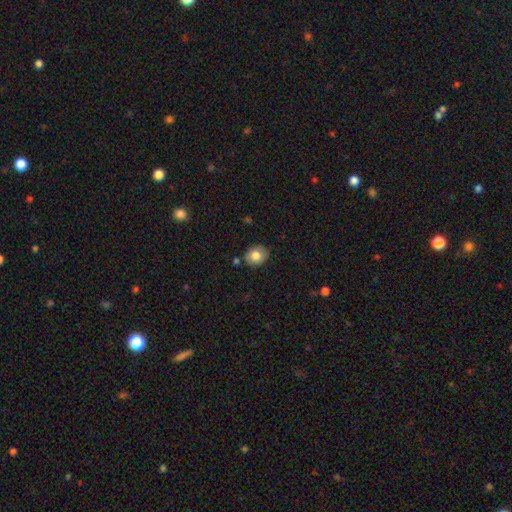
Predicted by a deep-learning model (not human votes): Morphology: type=smooth (81%); roundness=round (64%); merging=none (83%).